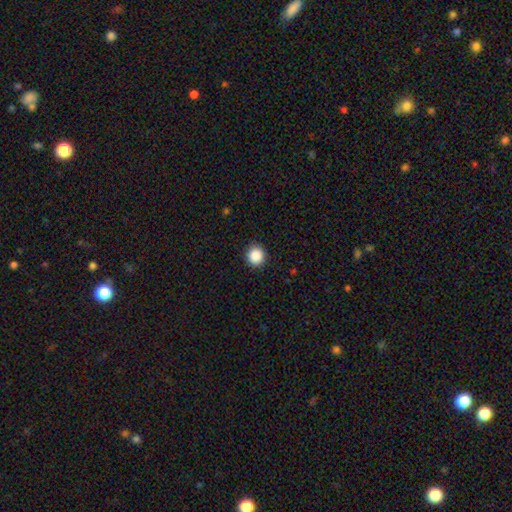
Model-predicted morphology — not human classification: Smooth or featured?
  - smooth: 88% *
  - star or artifact: 9%
  - featured or disk: 3%
How rounded?
  - round: 92% *
  - in between: 7%
  - cigar-shaped: 1%
Merging?
  - none: 91% *
  - minor disturbance: 6%
  - major disturbance: 2%
  - merger: 1%